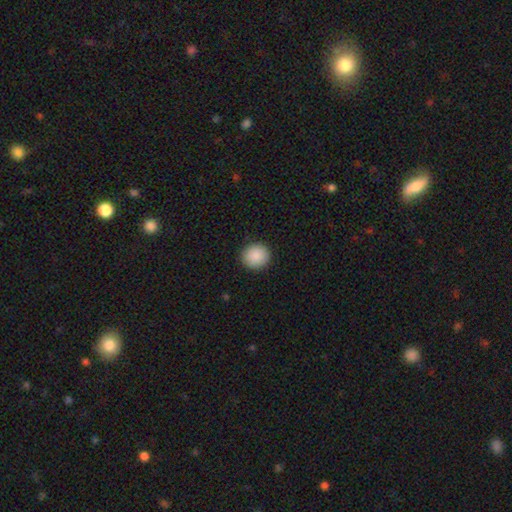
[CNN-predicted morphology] smooth-or-featured: smooth: 90% | star or artifact: 7% | featured or disk: 3%
  how-rounded: round: 91% | in between: 8% | cigar-shaped: 1%
  merging: none: 92% | minor disturbance: 5% | major disturbance: 2% | merger: 1%